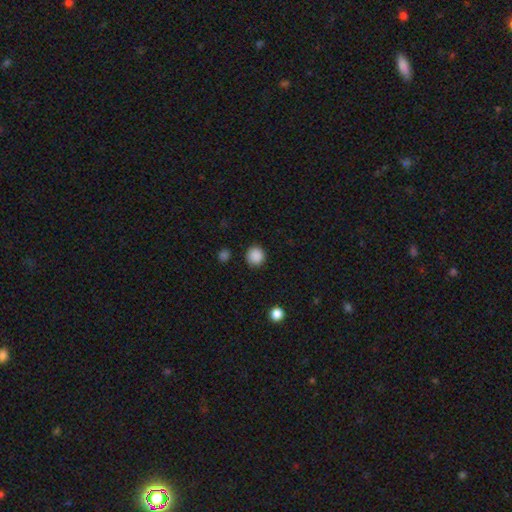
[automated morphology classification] A smooth galaxy with no disk features (88%) that is round (93%).

Vote fractions:
- Smooth or featured? smooth: 88% / star or artifact: 10% / featured or disk: 2%
- How rounded? round: 93% / in between: 6% / cigar-shaped: 1%
- Merging? none: 90% / minor disturbance: 6% / major disturbance: 2% / merger: 1%